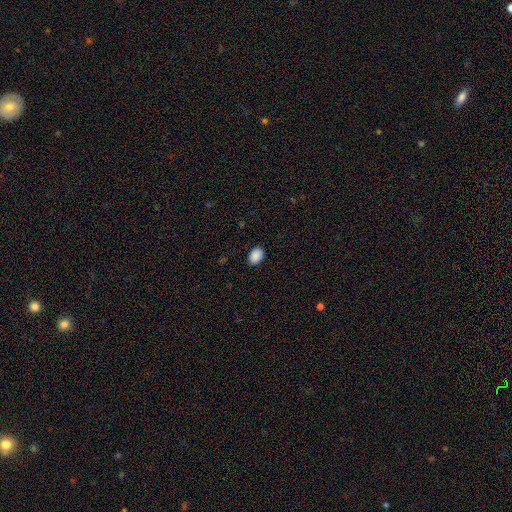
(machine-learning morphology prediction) Smooth or featured: smooth — 90% (star or artifact — 8%)
How rounded: in between — 78% (round — 21%)
Merging: none — 88% (minor disturbance — 9%)